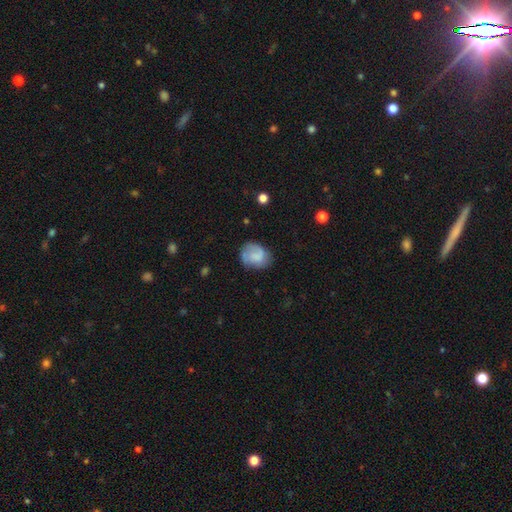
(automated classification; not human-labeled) This appears to be a smooth galaxy with no disk features (68%) that is round (52%). Merging: none (58%).